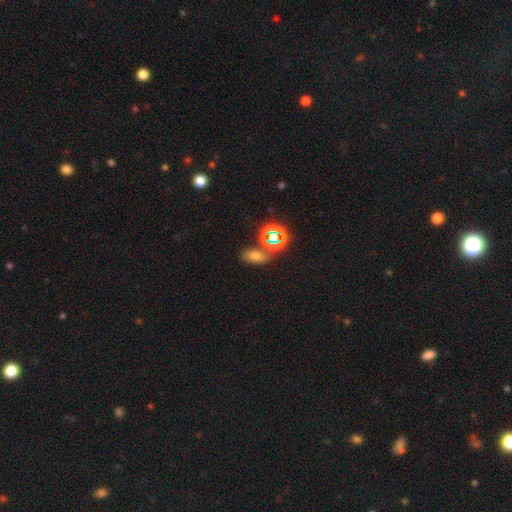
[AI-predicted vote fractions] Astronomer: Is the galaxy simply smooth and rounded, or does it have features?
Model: smooth — 53% (runner-up: star or artifact, 35%).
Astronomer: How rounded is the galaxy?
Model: in between — 78%.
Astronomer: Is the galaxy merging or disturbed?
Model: none — 68%.